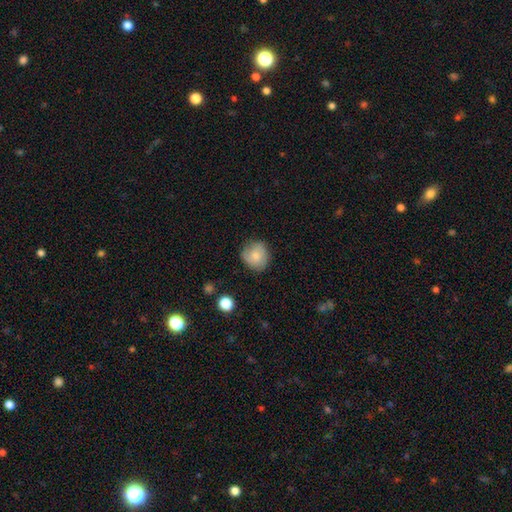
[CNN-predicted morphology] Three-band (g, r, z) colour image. It shows a smooth galaxy with no disk features (69%) that is round (82%). Merging: none (74%).